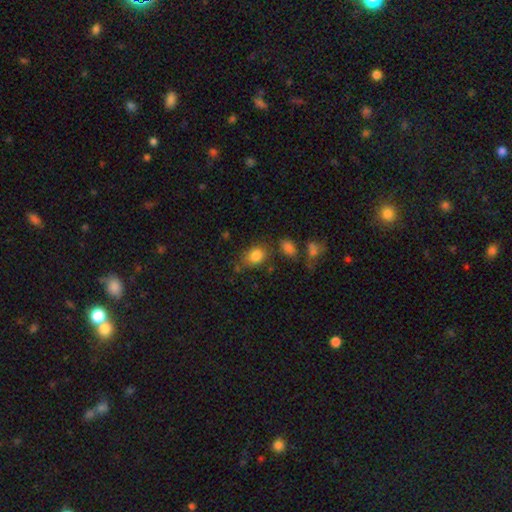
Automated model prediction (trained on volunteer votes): smooth 84%, star or artifact 9%, featured or disk 7%. Down the decision tree: how rounded — in between (65%); merging — none (66%).